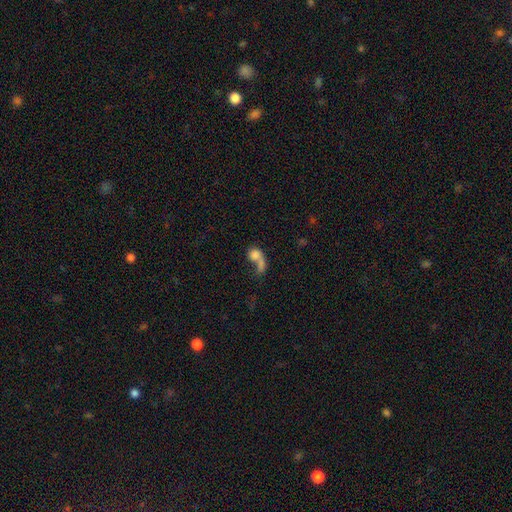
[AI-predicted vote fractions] Overall: smooth (67%). How rounded: in between (50%; round 46%). Merging: merger (55%; major disturbance 18%).